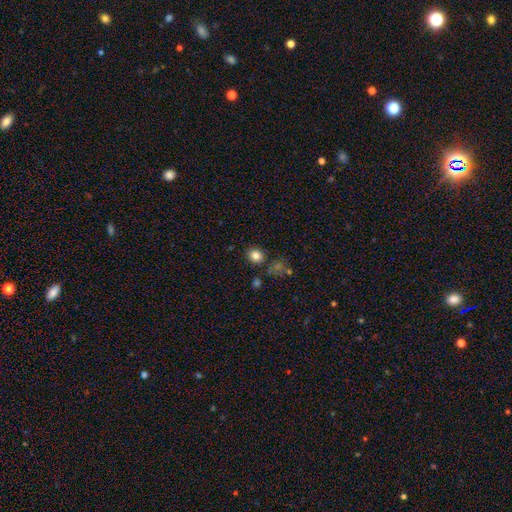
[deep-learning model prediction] smooth 82%, star or artifact 12%, featured or disk 6%. Down the decision tree: how rounded — round (74%); merging — none (83%).